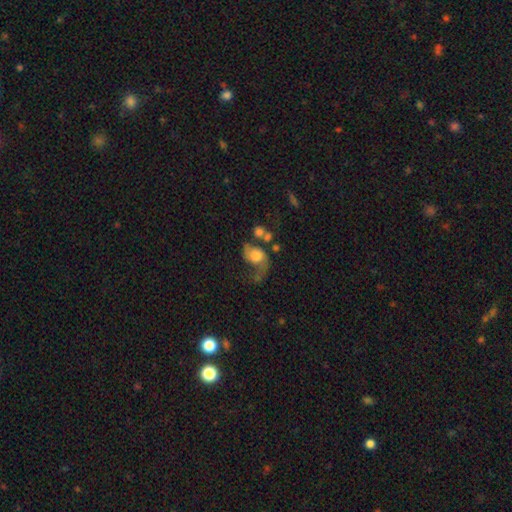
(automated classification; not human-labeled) A featured or disk galaxy (55%) with no bar (74%), spiral arms (81%) and a moderate central bulge (42%).

Vote fractions:
- Smooth or featured? featured or disk: 55% / smooth: 37% / star or artifact: 8%
- Edge-on disk? no: 97% / yes: 3%
- Bar? no: 74% / weak: 22% / strong: 4%
- Spiral arms? yes: 81% / no: 19%
- Bulge size? moderate: 42% / large: 38% / small: 9% / dominant: 6% / none: 5%
- Merging? major disturbance: 39% / none: 27% / minor disturbance: 18% / merger: 16%